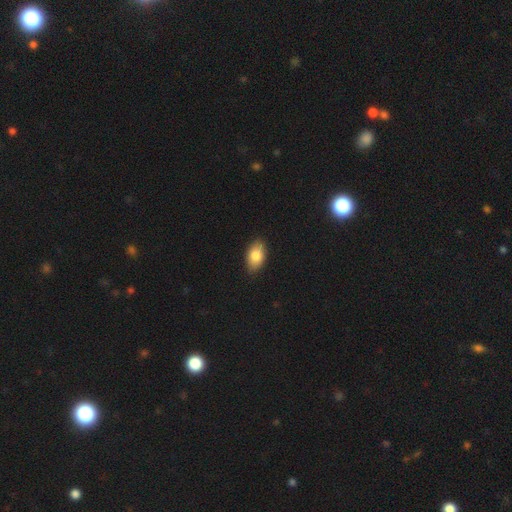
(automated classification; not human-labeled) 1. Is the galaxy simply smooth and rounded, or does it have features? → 83% smooth, 10% featured or disk, 7% star or artifact.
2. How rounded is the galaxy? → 91% in between, 7% round, 2% cigar-shaped.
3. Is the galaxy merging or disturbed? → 87% none, 10% minor disturbance, 2% major disturbance, 1% merger.